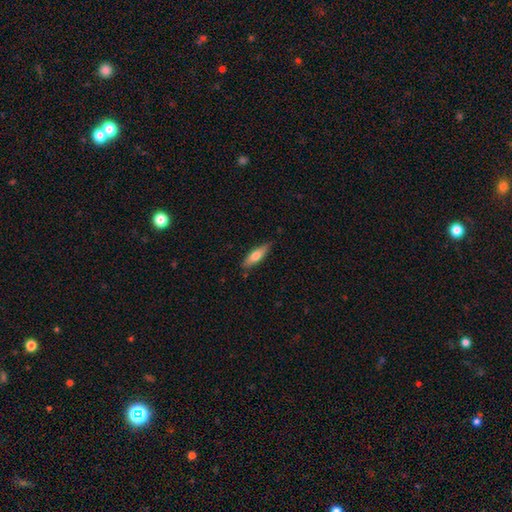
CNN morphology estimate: Smooth or featured? smooth (66%)
How rounded? cigar-shaped (58%)
Merging? none (81%)